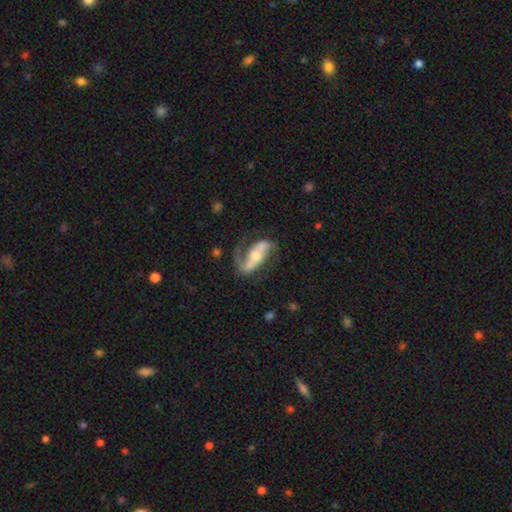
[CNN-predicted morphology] Q: Smooth or featured?
A: featured or disk (80%); runner-up: smooth (15%)
Q: Edge-on disk?
A: no (91%); runner-up: yes (9%)
Q: Bar?
A: strong (45%); runner-up: no (29%)
Q: Spiral arms?
A: yes (92%); runner-up: no (8%)
Q: Spiral winding?
A: loose (46%); runner-up: medium (39%)
Q: Spiral arm count?
A: 2 (84%); runner-up: 1 (9%)
Q: Bulge size?
A: moderate (55%); runner-up: small (33%)
Q: Merging?
A: none (64%); runner-up: minor disturbance (18%)